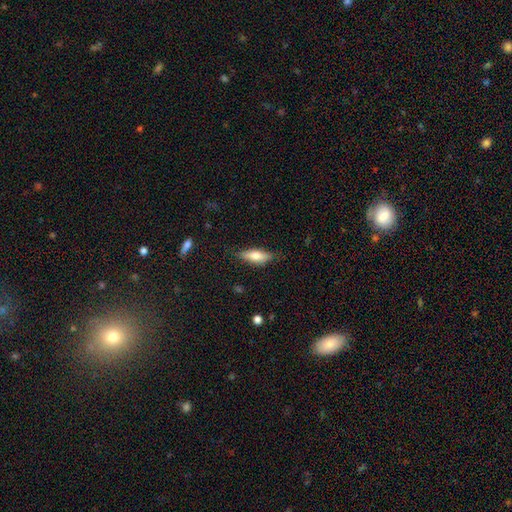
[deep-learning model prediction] The model was most divided on "how rounded": in between: 57%, cigar-shaped: 40%, round: 2%. More confident: merging — none (79%); smooth or featured — smooth (66%).